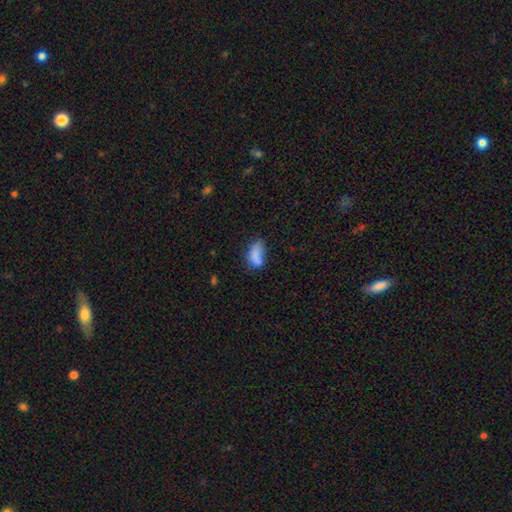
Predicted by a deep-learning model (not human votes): Morphology: type=smooth (78%); roundness=in between (89%); merging=none (37%).